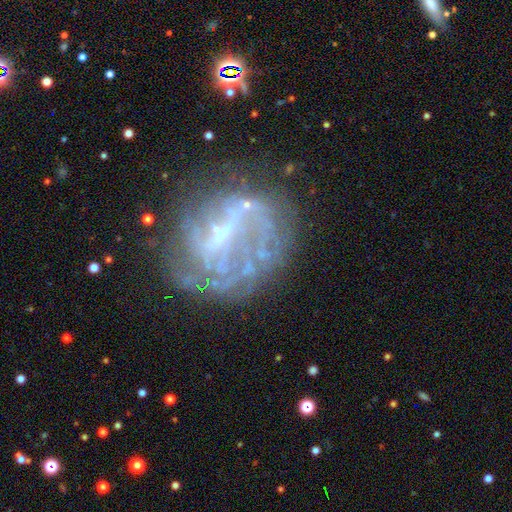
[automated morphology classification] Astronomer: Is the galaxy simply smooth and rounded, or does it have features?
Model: featured or disk — 68%.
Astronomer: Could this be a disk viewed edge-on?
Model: no — 96%.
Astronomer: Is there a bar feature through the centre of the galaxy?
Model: weak — 38% (runner-up: strong, 36%).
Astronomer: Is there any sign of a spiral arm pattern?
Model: yes — 67%.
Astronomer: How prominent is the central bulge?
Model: small — 55%.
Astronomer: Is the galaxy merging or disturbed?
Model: none — 58%.